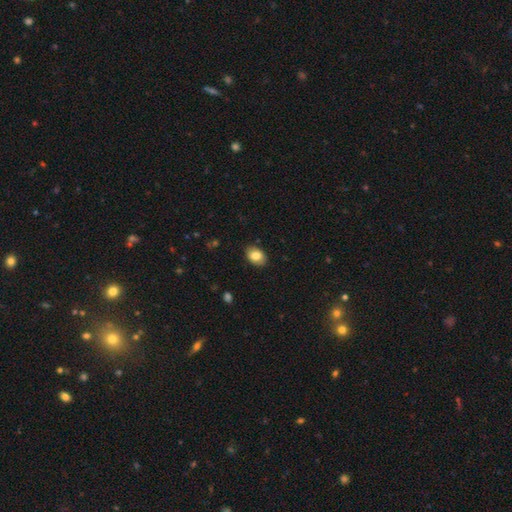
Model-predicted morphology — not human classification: Smooth or featured: smooth — 84% (featured or disk — 9%)
How rounded: in between — 83% (round — 15%)
Merging: none — 88% (minor disturbance — 9%)